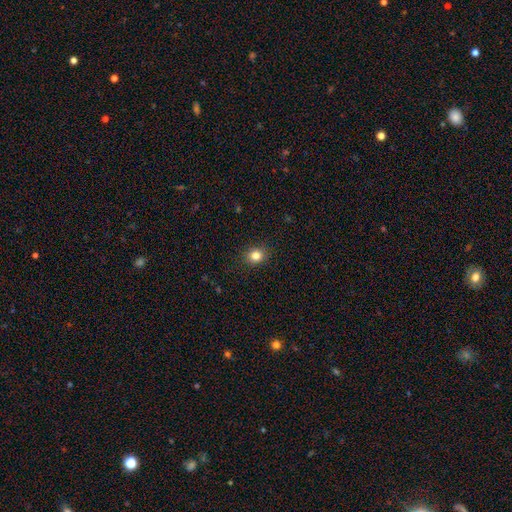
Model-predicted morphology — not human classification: Smooth or featured? Predicted: smooth (p=0.83). How rounded? Predicted: round (p=0.66). Merging? Predicted: none (p=0.90).